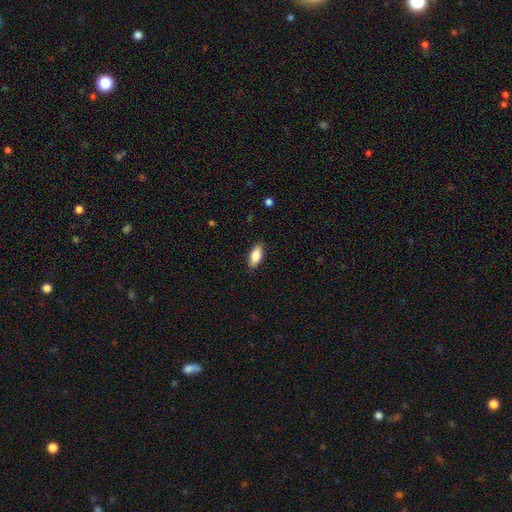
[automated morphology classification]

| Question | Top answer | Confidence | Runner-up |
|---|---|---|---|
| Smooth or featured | smooth | 82% | featured or disk (11%) |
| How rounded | in between | 86% | cigar-shaped (12%) |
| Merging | none | 88% | minor disturbance (9%) |